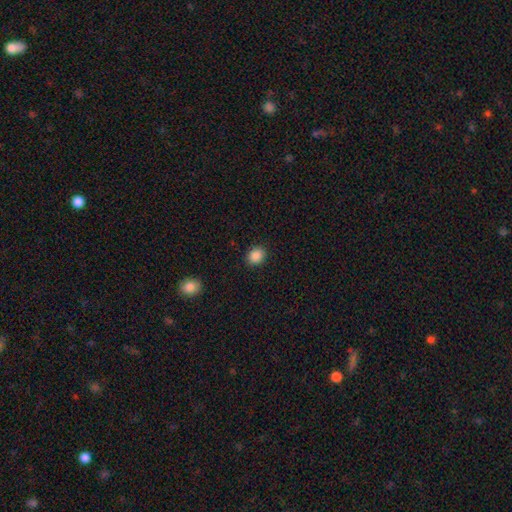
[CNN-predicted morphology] This is clearly a smooth galaxy (88%). How rounded: likely round (67%). Merging: clearly none (90%).